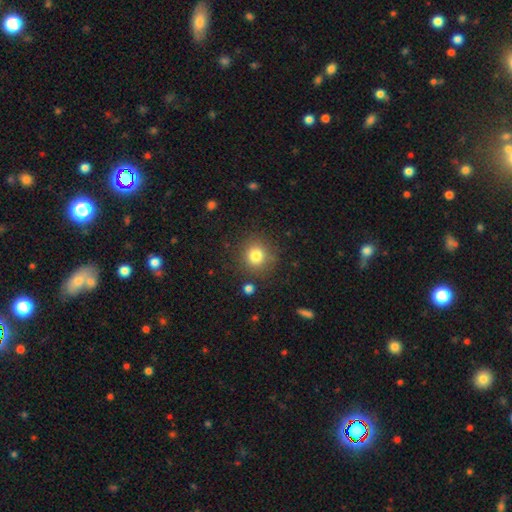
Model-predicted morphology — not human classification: smooth 81%, star or artifact 12%, featured or disk 7%. Down the decision tree: how rounded — round (90%); merging — none (85%).